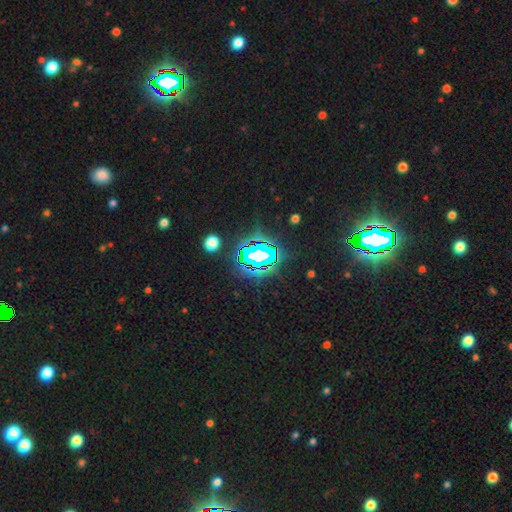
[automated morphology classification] Overall: star or artifact (74%).